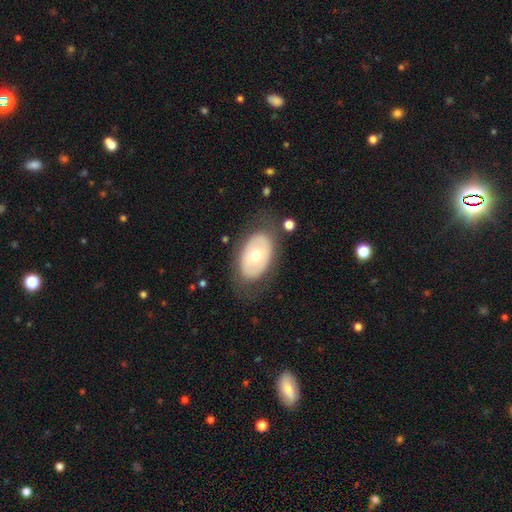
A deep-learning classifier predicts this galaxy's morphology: Smooth or featured? Predicted: smooth (p=0.48). Merging? Predicted: none (p=0.76).